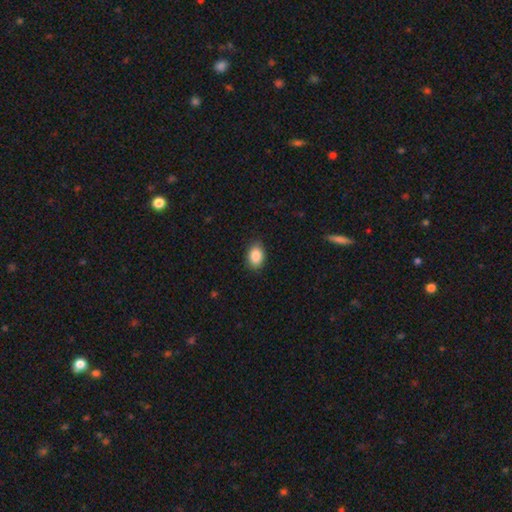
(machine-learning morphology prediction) Smooth or featured?
  - smooth: 88% *
  - star or artifact: 8%
  - featured or disk: 4%
How rounded?
  - in between: 78% *
  - round: 21%
  - cigar-shaped: 1%
Merging?
  - none: 86% *
  - minor disturbance: 10%
  - major disturbance: 2%
  - merger: 1%